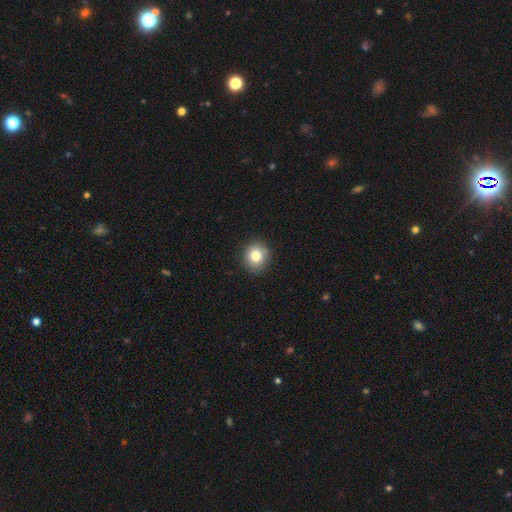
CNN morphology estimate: smooth_or_featured: smooth (p=0.82) [alt: star or artifact p=0.10]
how_rounded: round (p=0.82) [alt: in between p=0.17]
merging: none (p=0.89) [alt: minor disturbance p=0.08]